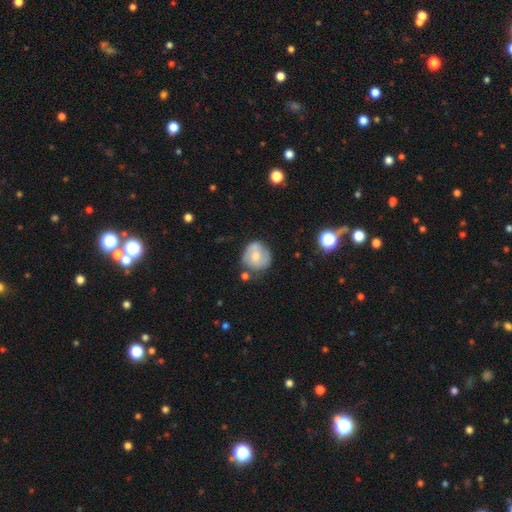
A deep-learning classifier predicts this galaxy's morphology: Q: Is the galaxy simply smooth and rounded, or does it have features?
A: featured or disk — 46%, tied with smooth.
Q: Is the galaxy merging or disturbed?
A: none — 65%.